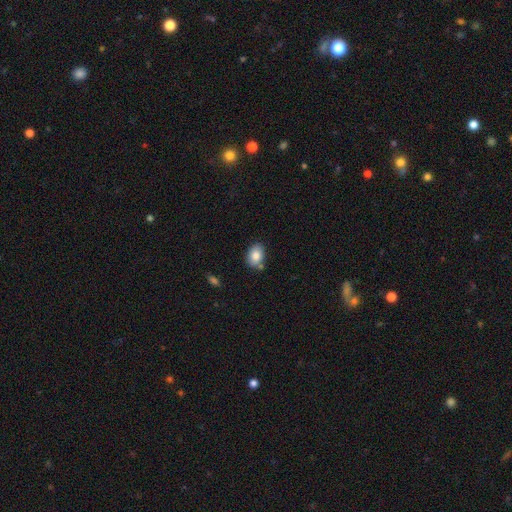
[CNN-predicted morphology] The model was most divided on "how rounded": in between: 79%, round: 20%, cigar-shaped: 1%. More confident: smooth or featured — smooth (84%); merging — none (74%).